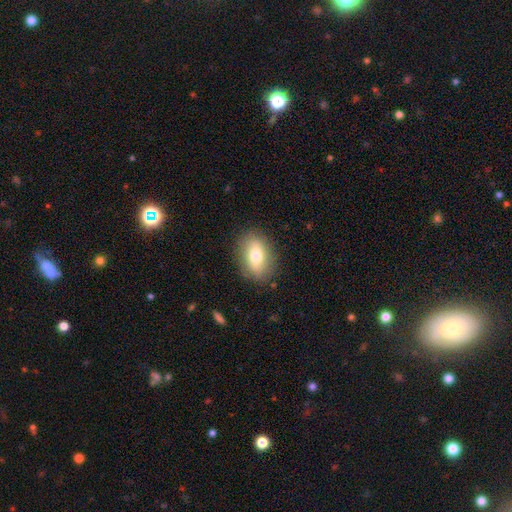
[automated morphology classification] The model was most divided on "smooth or featured": smooth: 69%, featured or disk: 23%, star or artifact: 8%. More confident: merging — none (84%); how rounded — in between (81%).